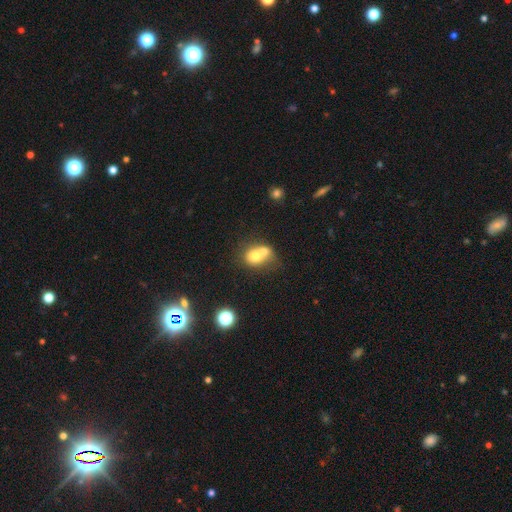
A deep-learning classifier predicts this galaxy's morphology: smooth-or-featured: smooth: 69% | featured or disk: 20% | star or artifact: 10%
  how-rounded: round: 62% | in between: 37% | cigar-shaped: 1%
  merging: merger: 66% | none: 24% | minor disturbance: 7% | major disturbance: 3%